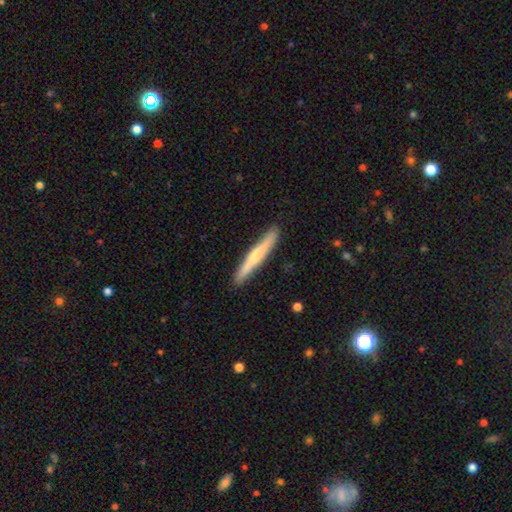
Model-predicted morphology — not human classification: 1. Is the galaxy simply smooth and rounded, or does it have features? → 48% smooth, 47% featured or disk, 5% star or artifact.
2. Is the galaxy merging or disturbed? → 89% none, 8% minor disturbance, 1% major disturbance, 1% merger.